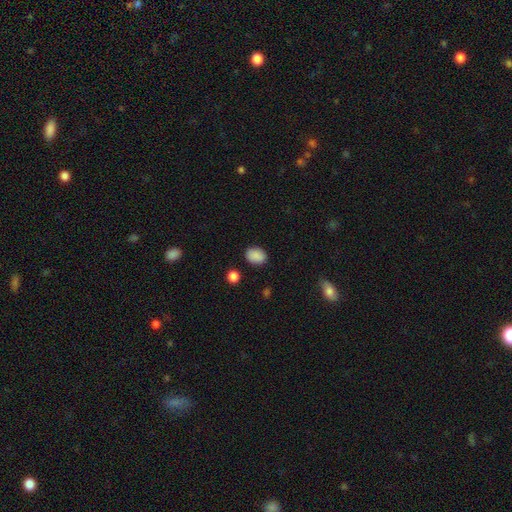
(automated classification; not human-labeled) smooth-or-featured: smooth: 88% | star or artifact: 8% | featured or disk: 3%
  how-rounded: in between: 67% | round: 32% | cigar-shaped: 1%
  merging: none: 84% | minor disturbance: 11% | major disturbance: 3% | merger: 2%